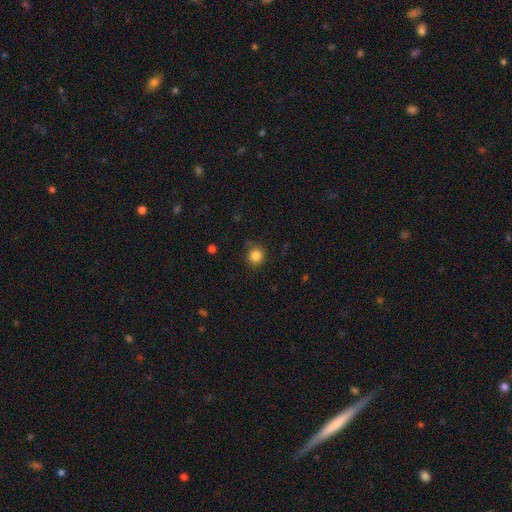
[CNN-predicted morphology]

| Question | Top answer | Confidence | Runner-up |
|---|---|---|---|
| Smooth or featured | smooth | 84% | star or artifact (11%) |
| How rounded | round | 92% | in between (7%) |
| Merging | none | 85% | minor disturbance (11%) |